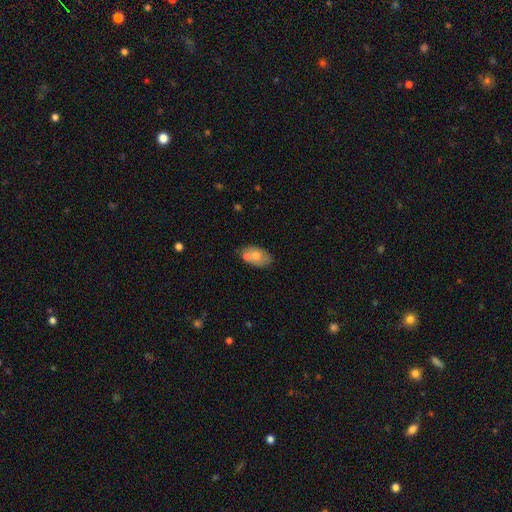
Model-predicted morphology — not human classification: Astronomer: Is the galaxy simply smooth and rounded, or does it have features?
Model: smooth — 68%.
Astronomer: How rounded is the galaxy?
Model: in between — 91%.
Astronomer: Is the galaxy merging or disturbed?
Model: none — 55%.